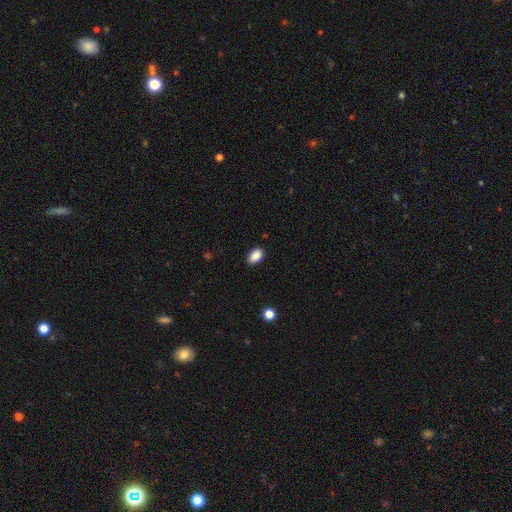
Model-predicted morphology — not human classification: A smooth galaxy with no disk features (89%) that is in between round and cigar-shaped (90%).

Vote fractions:
- Smooth or featured? smooth: 89% / star or artifact: 8% / featured or disk: 3%
- How rounded? in between: 90% / round: 9% / cigar-shaped: 1%
- Merging? none: 88% / minor disturbance: 9% / major disturbance: 2% / merger: 1%